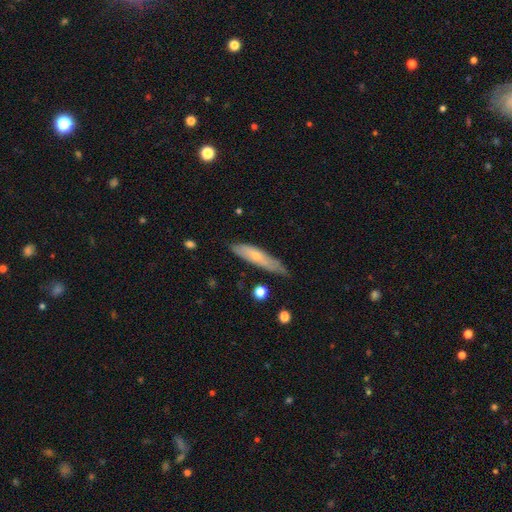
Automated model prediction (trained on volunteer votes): Morphology: type=smooth (51%); roundness=cigar-shaped (79%); merging=none (69%).